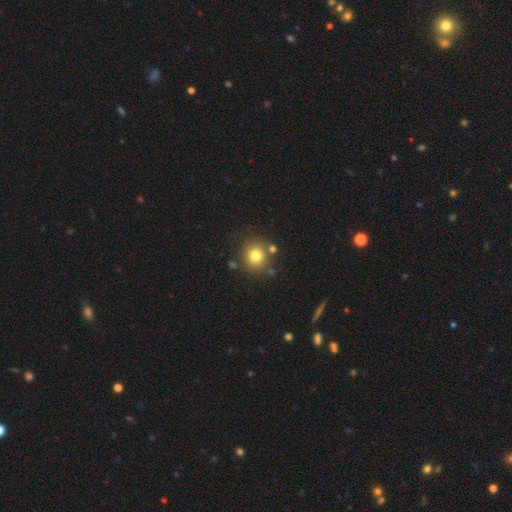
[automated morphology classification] Q: Smooth or featured?
A: smooth (78%); runner-up: star or artifact (13%)
Q: How rounded?
A: round (89%); runner-up: in between (10%)
Q: Merging?
A: none (80%); runner-up: minor disturbance (9%)